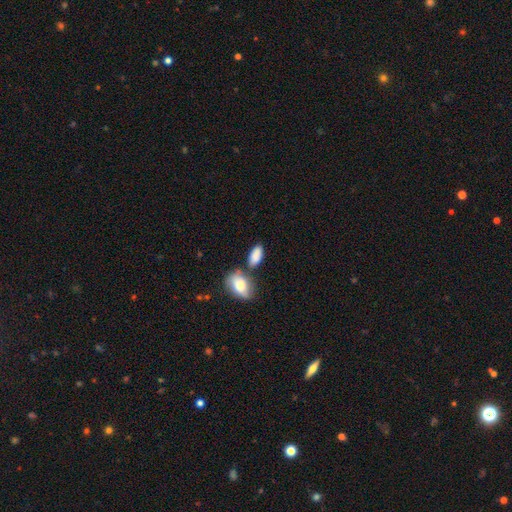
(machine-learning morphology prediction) Smooth or featured: smooth — 85% (featured or disk — 8%)
How rounded: in between — 90% (cigar-shaped — 5%)
Merging: none — 55% (merger — 22%)